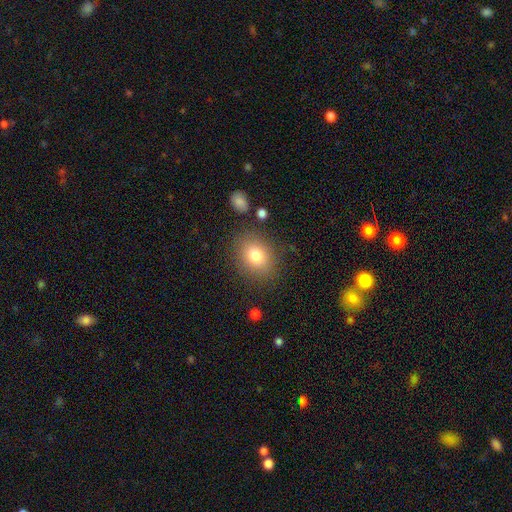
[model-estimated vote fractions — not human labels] smooth 78%, star or artifact 11%, featured or disk 11%. Down the decision tree: how rounded — round (51%); merging — none (82%).